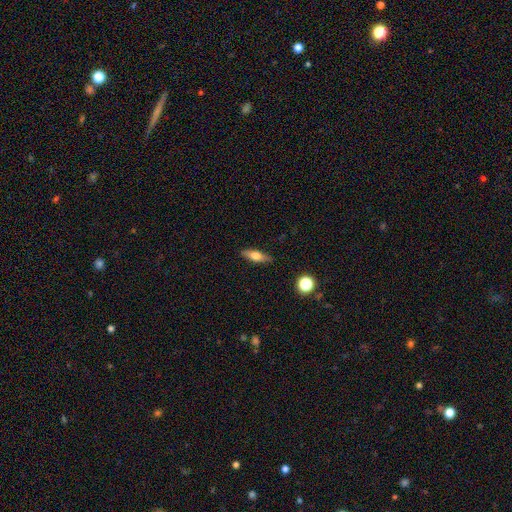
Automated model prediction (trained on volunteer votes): smooth 57%, featured or disk 36%, star or artifact 8%. Down the decision tree: how rounded — in between (49%); merging — none (87%).